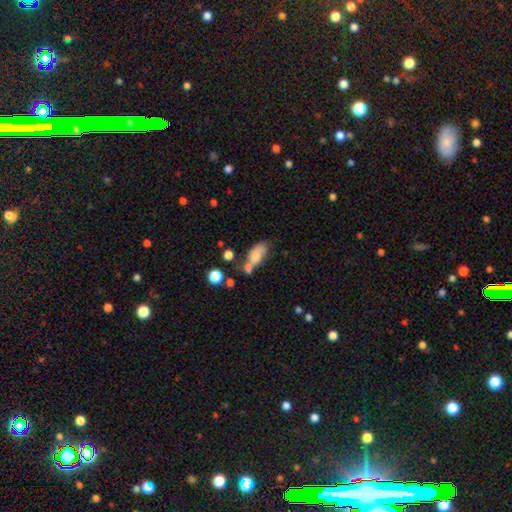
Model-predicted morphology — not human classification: A smooth galaxy with no disk features (70%) that is in between round and cigar-shaped (85%).

Vote fractions:
- Smooth or featured? smooth: 70% / featured or disk: 21% / star or artifact: 9%
- How rounded? in between: 85% / round: 8% / cigar-shaped: 7%
- Merging? merger: 39% / none: 29% / minor disturbance: 18% / major disturbance: 13%